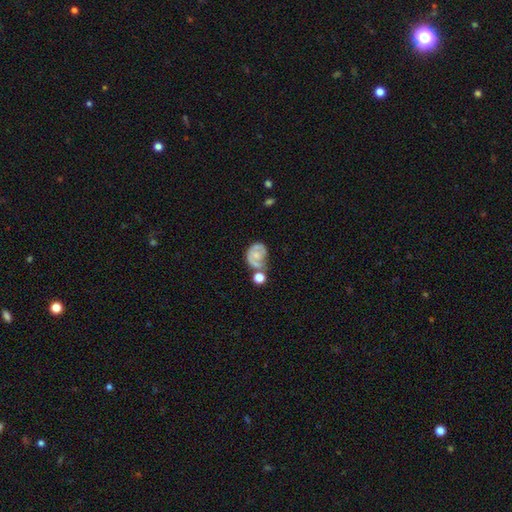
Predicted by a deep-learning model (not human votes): Smooth or featured? Predicted: featured or disk (p=0.59). Edge-on disk? Predicted: no (p=0.97). Bar? Predicted: no (p=0.76). Spiral arms? Predicted: yes (p=0.73). Bulge size? Predicted: small (p=0.53). Merging? Predicted: none (p=0.36).